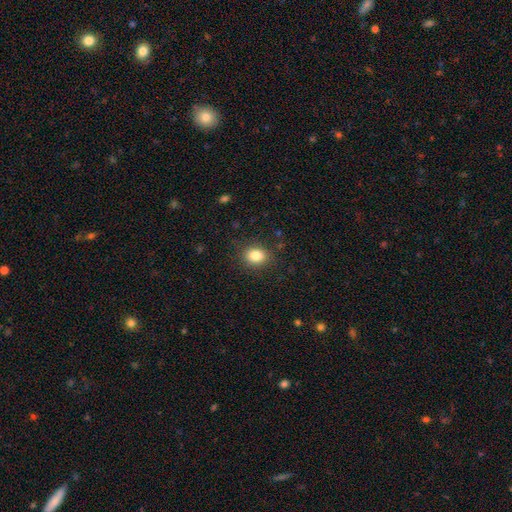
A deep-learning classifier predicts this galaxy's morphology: Smooth or featured?
  - smooth: 83% *
  - star or artifact: 11%
  - featured or disk: 6%
How rounded?
  - round: 54% *
  - in between: 45%
  - cigar-shaped: 1%
Merging?
  - none: 86% *
  - minor disturbance: 9%
  - major disturbance: 3%
  - merger: 1%